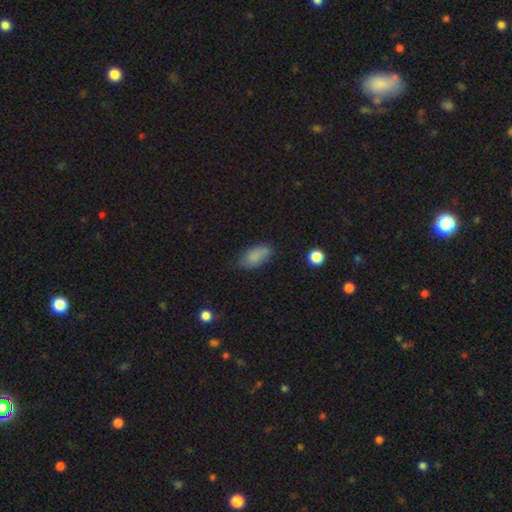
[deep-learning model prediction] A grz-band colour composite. It shows a smooth galaxy with no disk features (82%) that is in between round and cigar-shaped (90%). Merging: none (69%).